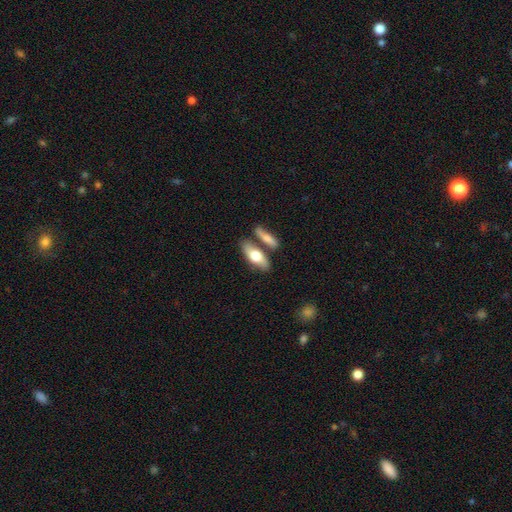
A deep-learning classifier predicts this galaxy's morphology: Smooth or featured? Predicted: smooth (p=0.66). How rounded? Predicted: in between (p=0.73). Merging? Predicted: none (p=0.61).